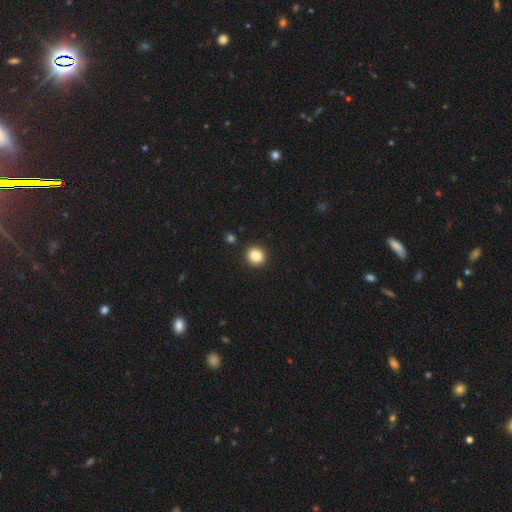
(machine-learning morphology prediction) The model was most divided on "how rounded": round: 88%, in between: 11%, cigar-shaped: 1%. More confident: merging — none (91%); smooth or featured — smooth (87%).